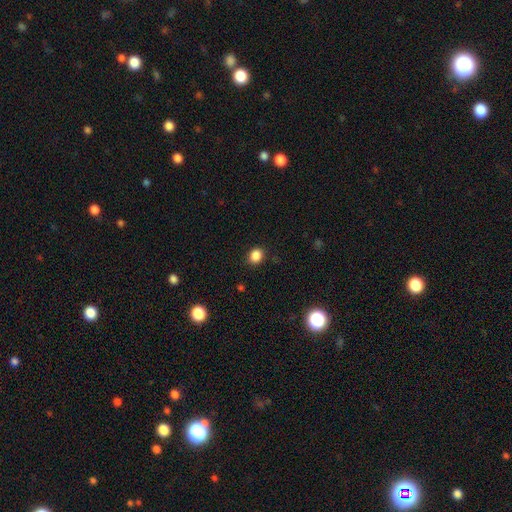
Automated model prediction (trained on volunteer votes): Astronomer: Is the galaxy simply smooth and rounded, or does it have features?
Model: smooth — 86%.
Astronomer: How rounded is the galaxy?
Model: round — 66%.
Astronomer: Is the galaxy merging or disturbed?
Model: none — 89%.